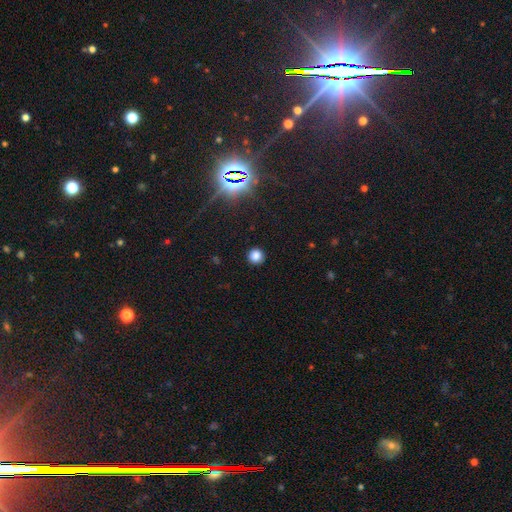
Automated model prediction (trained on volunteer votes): This appears to be a smooth galaxy with no disk features (81%) that is round (94%). Merging: none (92%).